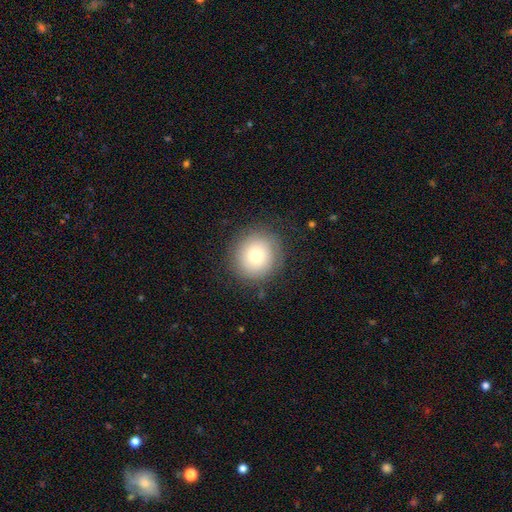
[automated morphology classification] This appears to be a smooth galaxy with no disk features (71%) that is round (89%). Merging: none (84%).